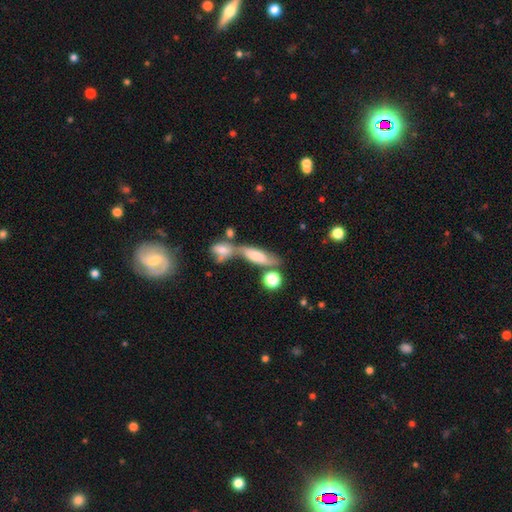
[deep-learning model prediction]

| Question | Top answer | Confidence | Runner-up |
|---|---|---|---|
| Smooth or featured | featured or disk | 48% | smooth (40%) |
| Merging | none | 38% | tied: merger (38%) |